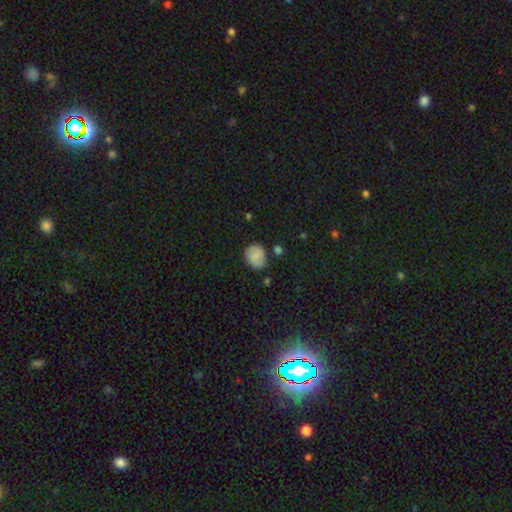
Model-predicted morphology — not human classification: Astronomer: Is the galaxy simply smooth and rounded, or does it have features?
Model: smooth — 79%.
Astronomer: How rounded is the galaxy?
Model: round — 74%.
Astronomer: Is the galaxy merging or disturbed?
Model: none — 71%.